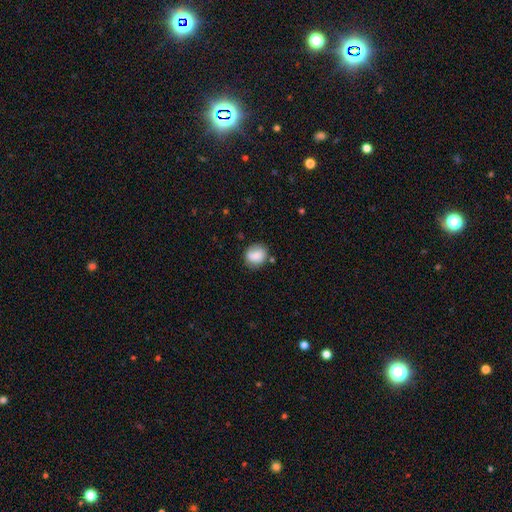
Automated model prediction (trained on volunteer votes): smooth 79%, featured or disk 13%, star or artifact 8%. Down the decision tree: how rounded — round (76%); merging — none (72%).